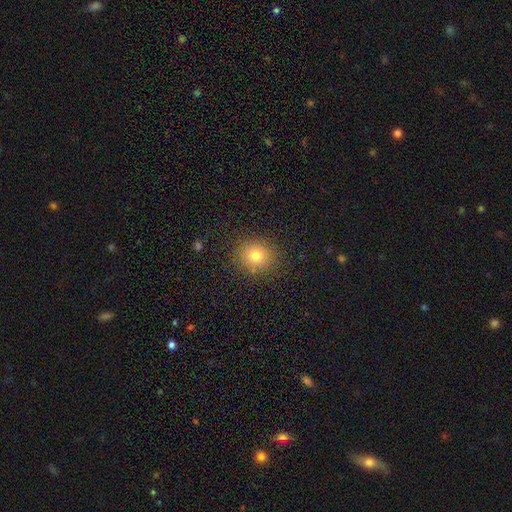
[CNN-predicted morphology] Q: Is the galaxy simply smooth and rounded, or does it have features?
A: smooth — 77%.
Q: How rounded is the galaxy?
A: round — 80%.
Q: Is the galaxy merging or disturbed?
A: none — 86%.